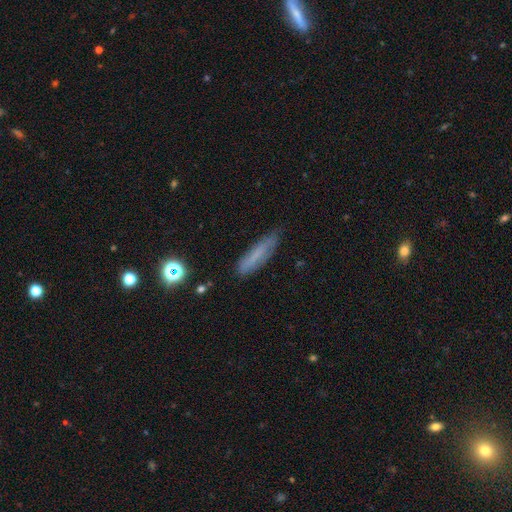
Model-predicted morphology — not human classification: Smooth or featured: smooth — 63% (featured or disk — 25%)
How rounded: cigar-shaped — 76% (in between — 22%)
Merging: none — 71% (minor disturbance — 22%)